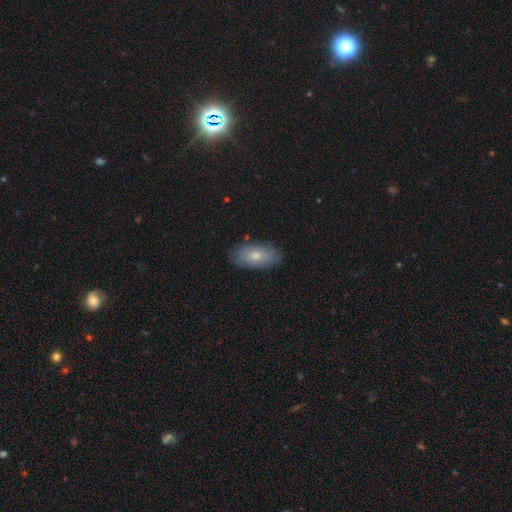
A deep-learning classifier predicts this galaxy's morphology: type=smooth (73%); roundness=in between (90%); merging=none (82%).